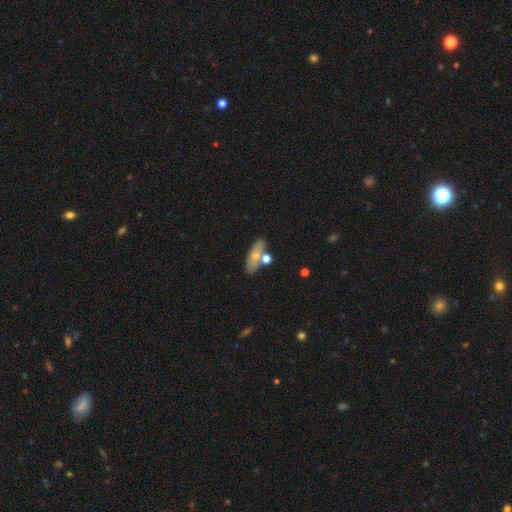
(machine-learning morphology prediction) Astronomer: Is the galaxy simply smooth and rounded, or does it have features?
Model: smooth — 59%.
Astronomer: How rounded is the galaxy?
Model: in between — 67%.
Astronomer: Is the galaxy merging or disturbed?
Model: none — 64%.